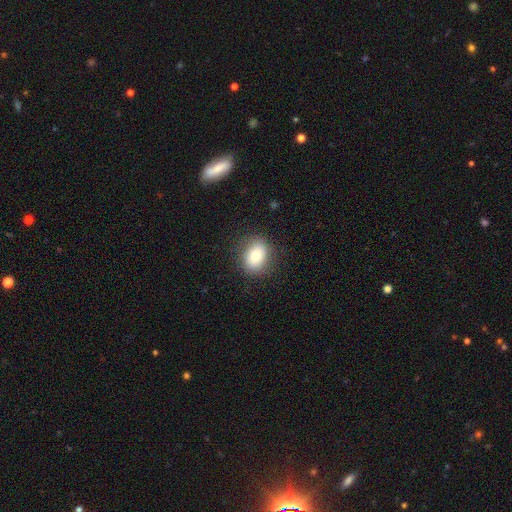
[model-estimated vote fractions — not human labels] The model was most divided on "how rounded": in between: 54%, round: 45%, cigar-shaped: 1%. More confident: merging — none (84%); smooth or featured — smooth (78%).